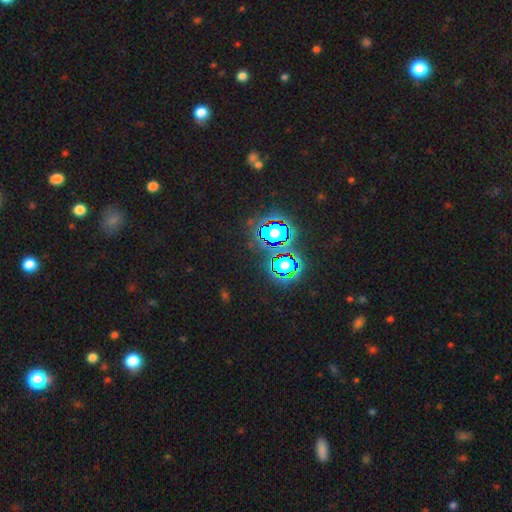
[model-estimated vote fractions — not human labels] Morphology: type=star or artifact (81%).